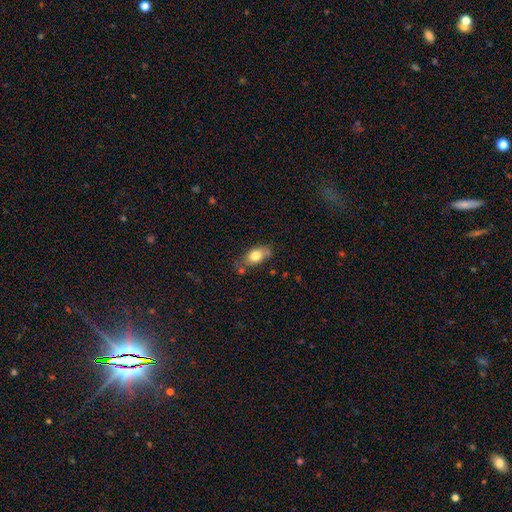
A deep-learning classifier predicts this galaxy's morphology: smooth 78%, featured or disk 15%, star or artifact 8%. Down the decision tree: how rounded — in between (84%); merging — none (62%).